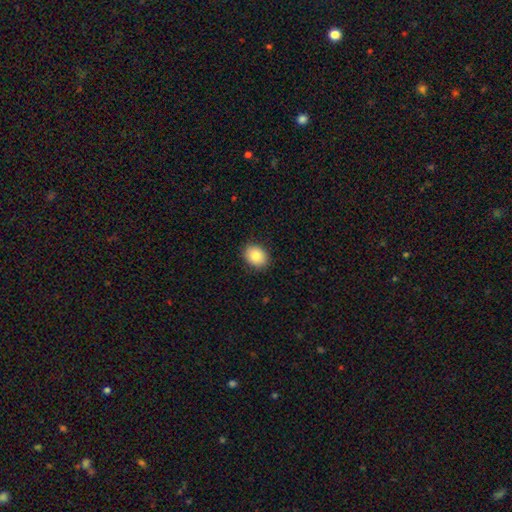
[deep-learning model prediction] Smooth or featured? Predicted: smooth (p=0.85). How rounded? Predicted: in between (p=0.56). Merging? Predicted: none (p=0.89).